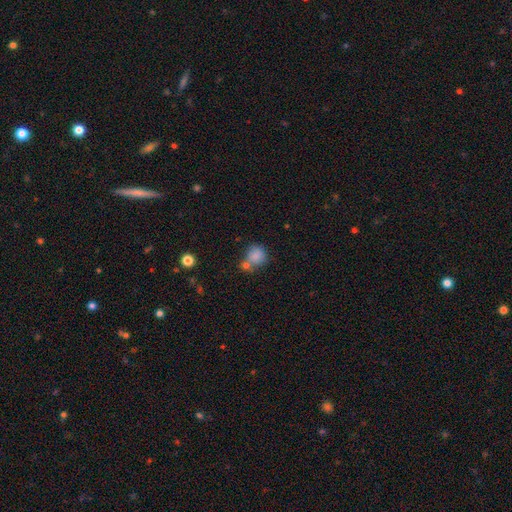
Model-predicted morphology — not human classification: Smooth or featured? Predicted: smooth (p=0.83). How rounded? Predicted: round (p=0.79). Merging? Predicted: none (p=0.47).